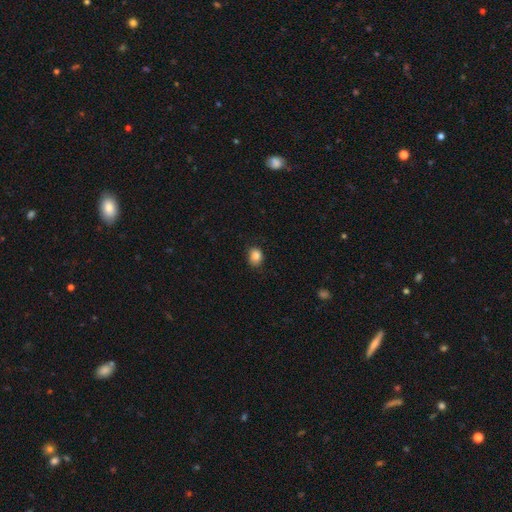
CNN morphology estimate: A smooth galaxy with no disk features (86%) that is round (57%). Merging: none (81%).